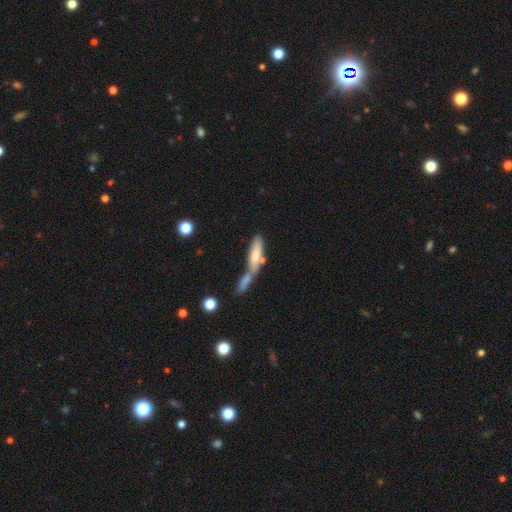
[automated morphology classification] smooth_or_featured: smooth (p=0.68) [alt: featured or disk p=0.25]
how_rounded: cigar-shaped (p=0.64) [alt: in between p=0.34]
merging: merger (p=0.55) [alt: none p=0.29]